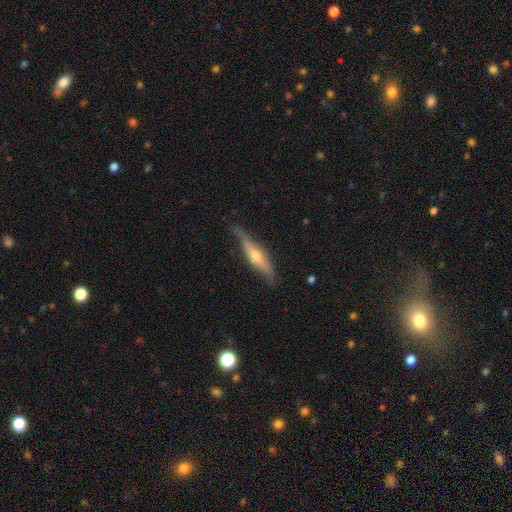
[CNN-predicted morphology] smooth_or_featured: featured or disk (p=0.65) [alt: smooth p=0.29]
disk_edge_on: yes (p=0.93) [alt: no p=0.07]
edge_on_bulge: rounded (p=0.87) [alt: boxy p=0.07]
merging: none (p=0.79) [alt: minor disturbance p=0.16]